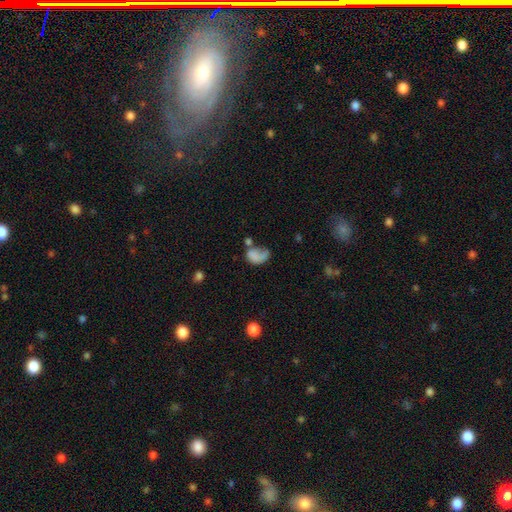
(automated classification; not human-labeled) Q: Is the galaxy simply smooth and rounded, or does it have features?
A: smooth — 62%.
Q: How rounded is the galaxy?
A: in between — 73%.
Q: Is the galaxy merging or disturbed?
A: major disturbance — 37%.